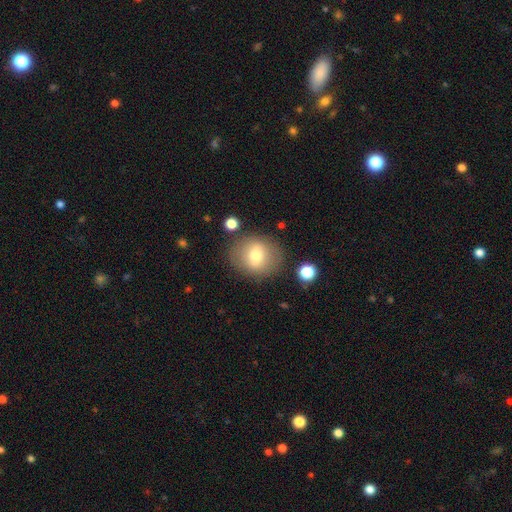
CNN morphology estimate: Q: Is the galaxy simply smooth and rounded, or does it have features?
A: smooth — 69%.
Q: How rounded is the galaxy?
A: round — 68%.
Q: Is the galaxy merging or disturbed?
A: none — 80%.